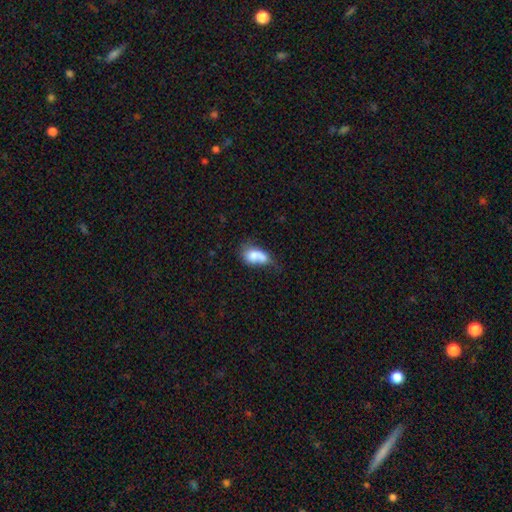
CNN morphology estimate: type=smooth (67%); roundness=in between (79%); merging=merger (36%).